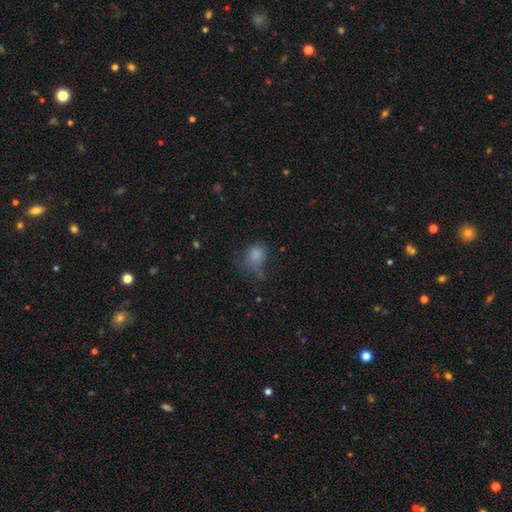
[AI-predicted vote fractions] The model was most divided on "how rounded": round: 52%, in between: 47%, cigar-shaped: 1%. Remaining: smooth or featured — smooth (78%); merging — none (38%).